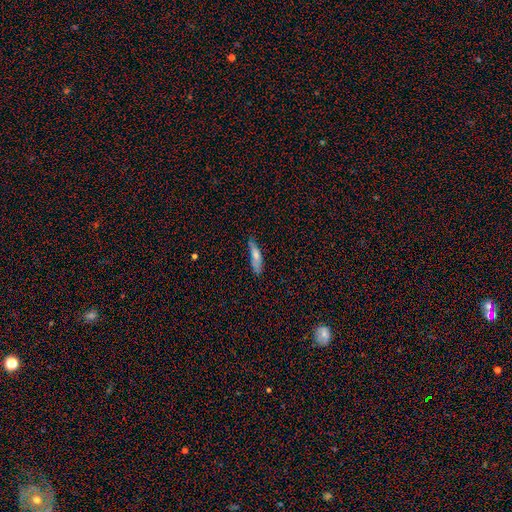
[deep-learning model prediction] Overall: smooth (72%). How rounded: cigar-shaped (63%; in between 35%). Merging: none (57%; minor disturbance 31%).